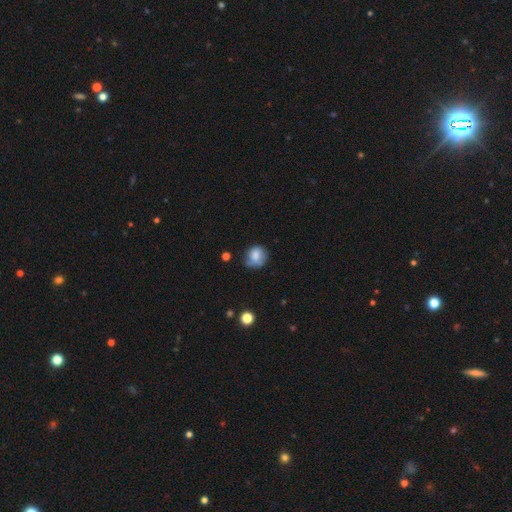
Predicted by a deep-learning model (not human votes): The model was most divided on "merging": none: 49%, minor disturbance: 33%, major disturbance: 15%, merger: 3%. More confident: how rounded — round (72%); smooth or featured — smooth (71%).